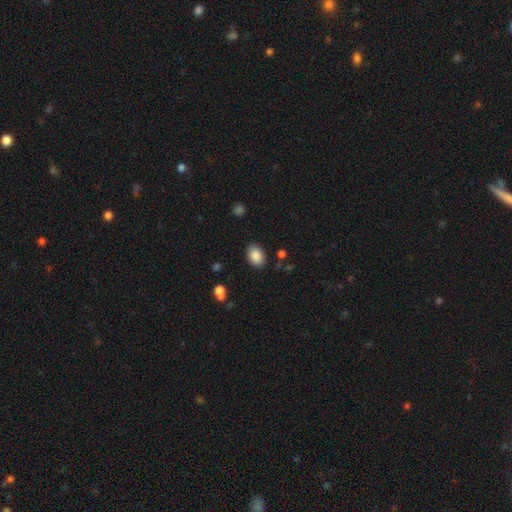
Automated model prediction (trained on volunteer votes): This is clearly a smooth galaxy (88%). How rounded: clearly in between (82%). Merging: clearly none (85%).